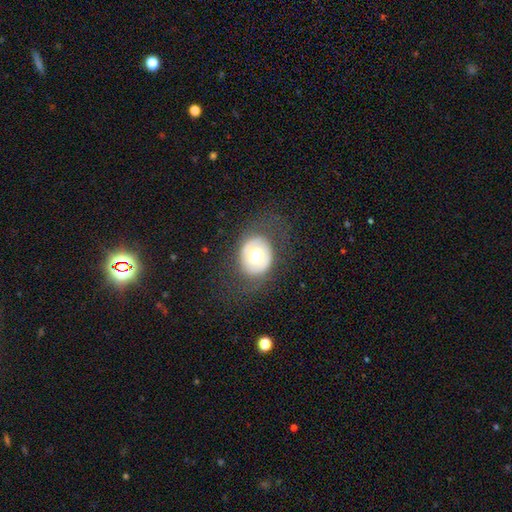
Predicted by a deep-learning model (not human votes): Overall: smooth (47%; featured or disk 46%). Merging: none (72%).